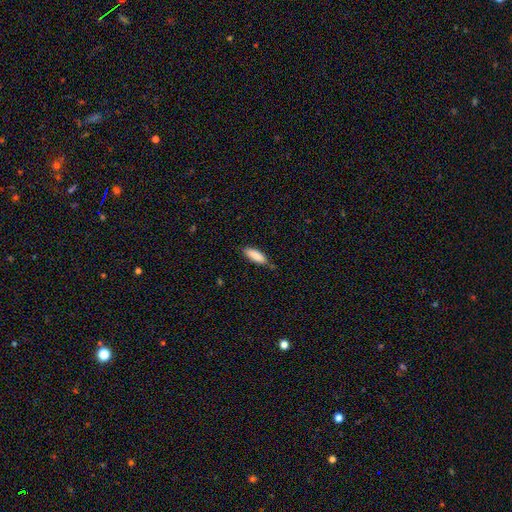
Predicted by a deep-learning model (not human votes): smooth-or-featured: smooth: 88% | star or artifact: 6% | featured or disk: 6%
  how-rounded: in between: 60% | cigar-shaped: 39% | round: 2%
  merging: none: 76% | minor disturbance: 18% | major disturbance: 3% | merger: 3%